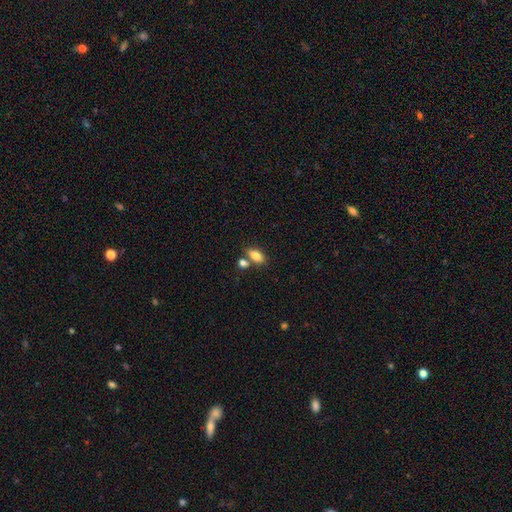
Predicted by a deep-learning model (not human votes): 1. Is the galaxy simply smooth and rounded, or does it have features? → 83% smooth, 9% star or artifact, 9% featured or disk.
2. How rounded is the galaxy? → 86% in between, 7% round, 7% cigar-shaped.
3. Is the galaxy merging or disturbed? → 63% none, 22% merger, 11% minor disturbance, 3% major disturbance.